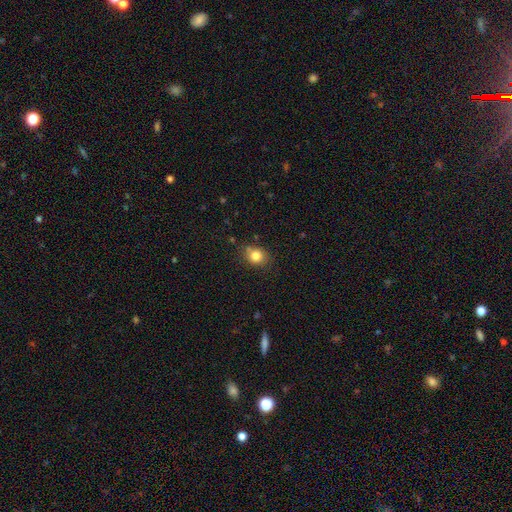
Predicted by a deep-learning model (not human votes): Smooth or featured? smooth (82%)
How rounded? round (67%)
Merging? none (76%)